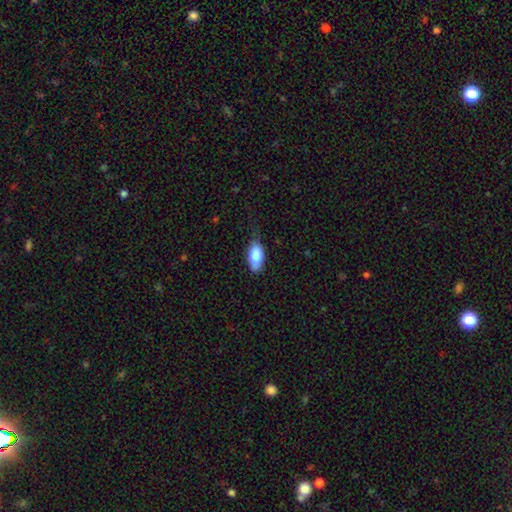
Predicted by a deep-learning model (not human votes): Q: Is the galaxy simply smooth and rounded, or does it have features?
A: smooth — 83%.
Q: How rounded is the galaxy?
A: in between — 88%.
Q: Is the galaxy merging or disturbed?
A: none — 55%.